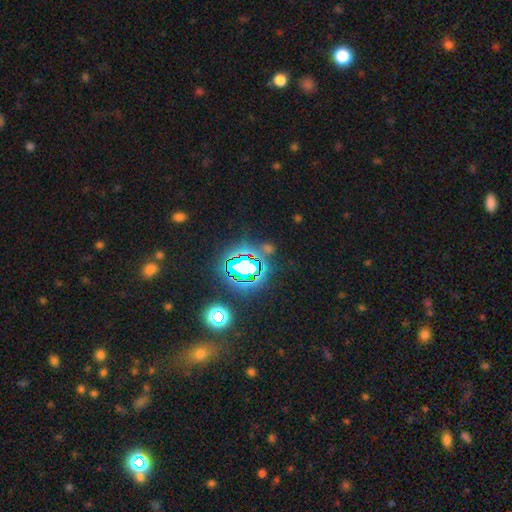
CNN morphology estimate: Smooth or featured: star or artifact — 78% (smooth — 14%)